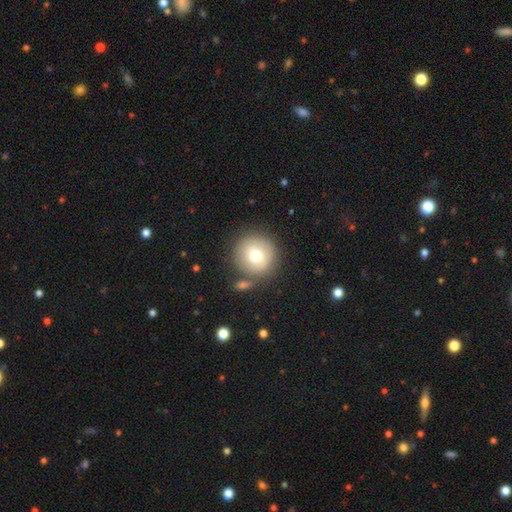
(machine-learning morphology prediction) Q: Smooth or featured?
A: smooth (74%); runner-up: featured or disk (17%)
Q: How rounded?
A: round (95%); runner-up: in between (4%)
Q: Merging?
A: none (75%); runner-up: minor disturbance (11%)